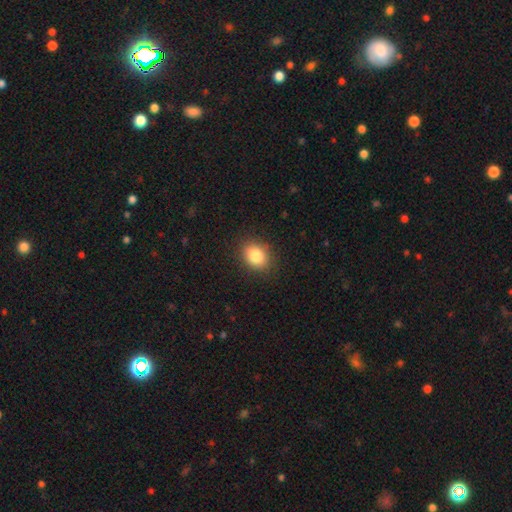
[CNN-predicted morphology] A smooth galaxy with no disk features (83%) that is in between round and cigar-shaped (52%).

Vote fractions:
- Smooth or featured? smooth: 83% / star or artifact: 10% / featured or disk: 7%
- How rounded? in between: 52% / round: 47% / cigar-shaped: 1%
- Merging? none: 88% / minor disturbance: 9% / major disturbance: 2% / merger: 1%